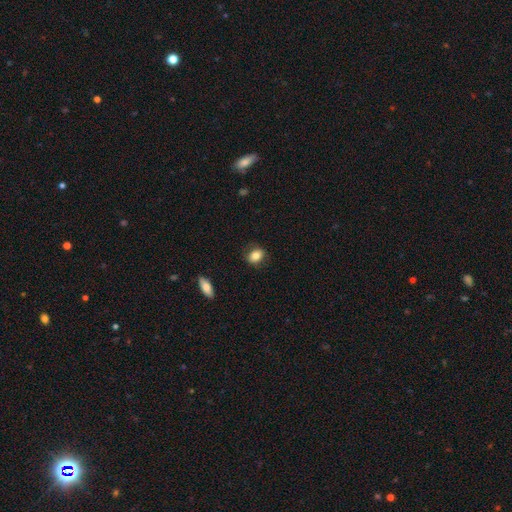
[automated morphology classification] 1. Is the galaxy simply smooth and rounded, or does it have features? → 81% smooth, 10% featured or disk, 8% star or artifact.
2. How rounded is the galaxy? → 57% in between, 42% round, 2% cigar-shaped.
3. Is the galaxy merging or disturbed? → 81% none, 14% minor disturbance, 4% major disturbance, 1% merger.